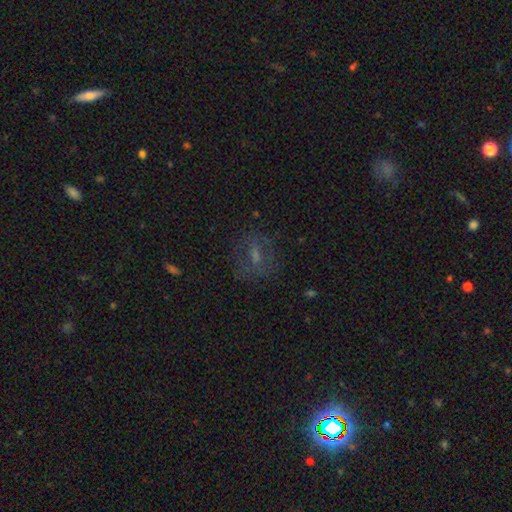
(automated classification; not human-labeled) The model was most divided on "smooth or featured": featured or disk: 38%, smooth: 37%, star or artifact: 25%. More confident: merging — none (71%).